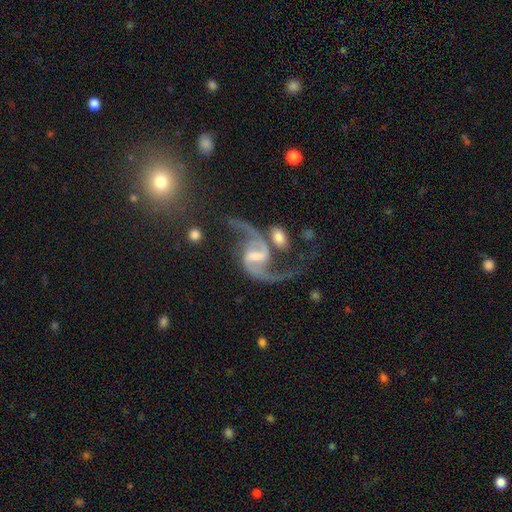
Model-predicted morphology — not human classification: Smooth or featured?
  - featured or disk: 91% *
  - star or artifact: 5%
  - smooth: 3%
Edge-on disk?
  - no: 98% *
  - yes: 2%
Bar?
  - weak: 49% *
  - strong: 34%
  - no: 17%
Spiral arms?
  - yes: 97% *
  - no: 3%
Spiral winding?
  - loose: 68% *
  - medium: 27%
  - tight: 5%
Spiral arm count?
  - 2: 94% *
  - 1: 2%
  - can't tell: 1%
  - 3: 1%
  - 4: 1%
  - more than 4: 1%
Bulge size?
  - small: 35% *
  - moderate: 29%
  - none: 26%
  - large: 8%
  - dominant: 2%
Merging?
  - none: 54% *
  - minor disturbance: 16%
  - major disturbance: 15%
  - merger: 14%